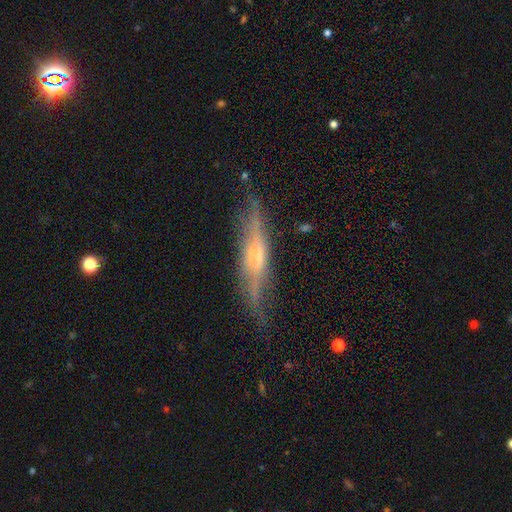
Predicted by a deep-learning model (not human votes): This appears to be a featured or disk galaxy (69%) viewed edge-on (90%) with a rounded central bulge (55%). Merging: none (71%).